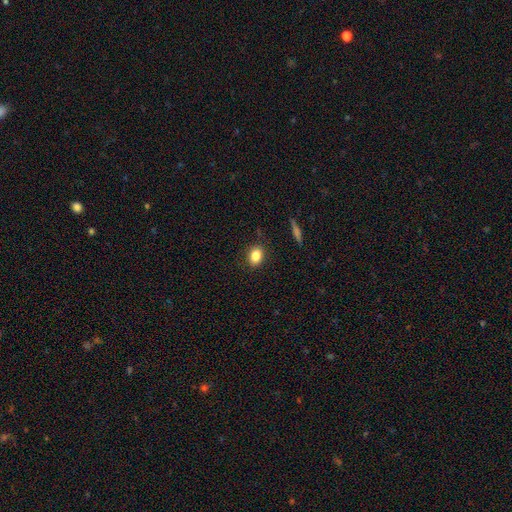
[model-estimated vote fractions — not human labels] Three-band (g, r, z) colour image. It shows a smooth galaxy with no disk features (84%) that is in between round and cigar-shaped (66%). Merging: none (86%).